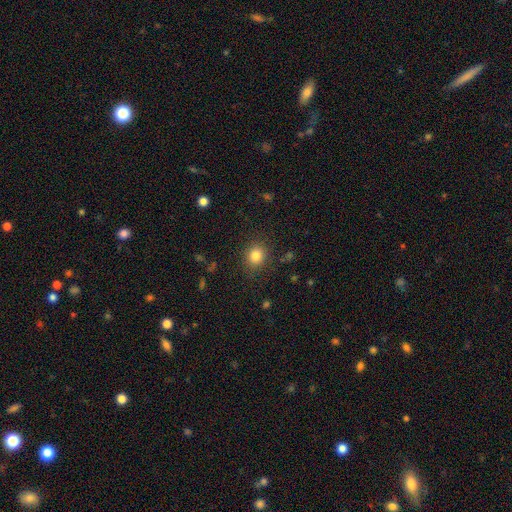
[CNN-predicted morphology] Smooth or featured? Predicted: smooth (p=0.82). How rounded? Predicted: round (p=0.75). Merging? Predicted: none (p=0.86).